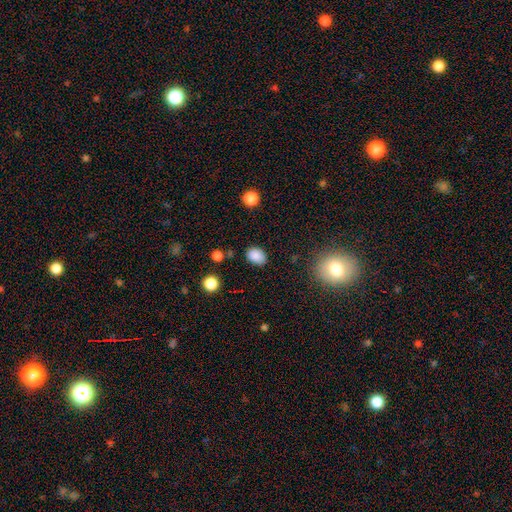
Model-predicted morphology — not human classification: smooth_or_featured: smooth (p=0.86) [alt: star or artifact p=0.10]
how_rounded: in between (p=0.75) [alt: round p=0.24]
merging: none (p=0.82) [alt: minor disturbance p=0.13]